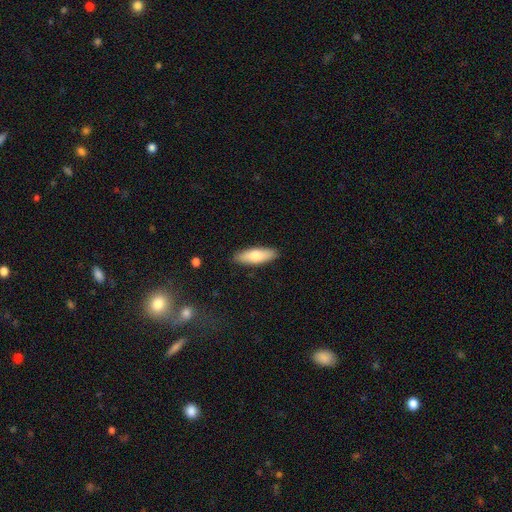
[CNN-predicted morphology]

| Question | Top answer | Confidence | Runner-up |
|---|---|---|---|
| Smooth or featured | smooth | 70% | featured or disk (24%) |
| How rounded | in between | 60% | cigar-shaped (38%) |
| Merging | none | 88% | minor disturbance (9%) |